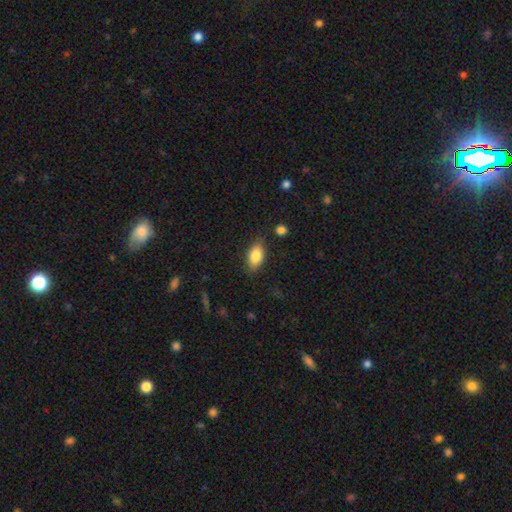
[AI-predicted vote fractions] Q: Smooth or featured?
A: smooth (82%); runner-up: featured or disk (10%)
Q: How rounded?
A: in between (88%); runner-up: cigar-shaped (6%)
Q: Merging?
A: none (79%); runner-up: minor disturbance (16%)